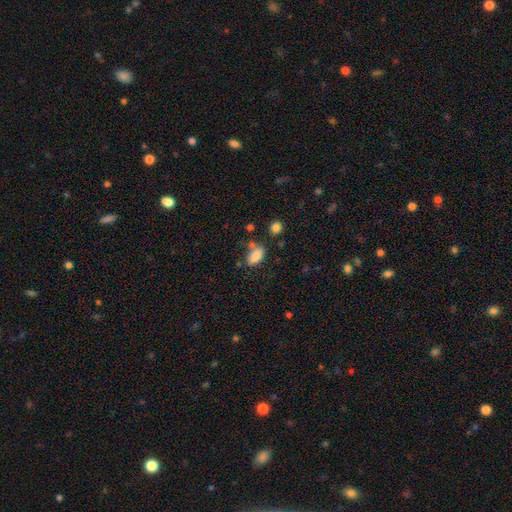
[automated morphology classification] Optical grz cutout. It shows a smooth galaxy with no disk features (85%) that is in between round and cigar-shaped (91%). Merging: none (59%).